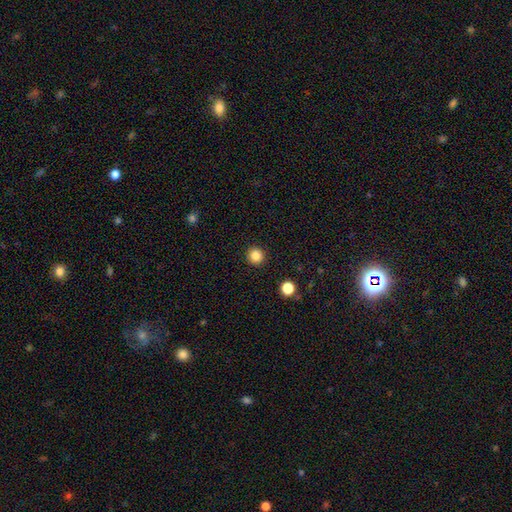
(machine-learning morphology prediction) type=smooth (84%); roundness=round (95%); merging=none (93%).